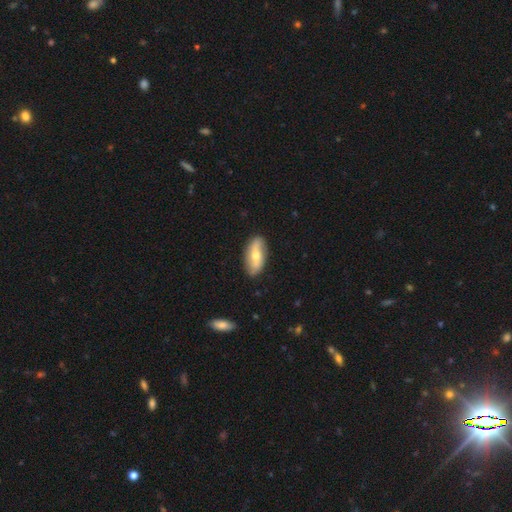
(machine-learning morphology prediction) smooth-or-featured: featured or disk: 49% | smooth: 46% | star or artifact: 6%
  merging: none: 85% | minor disturbance: 11% | major disturbance: 2% | merger: 1%